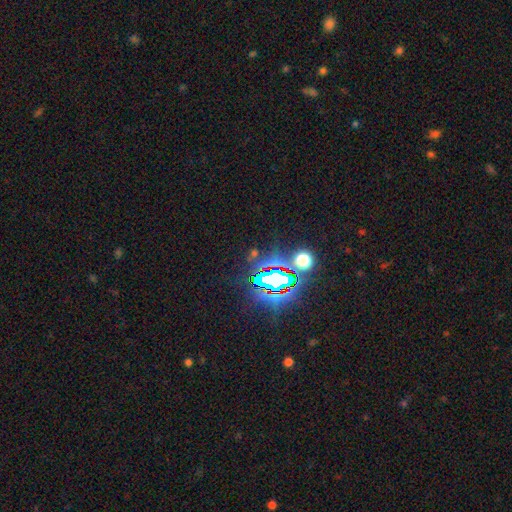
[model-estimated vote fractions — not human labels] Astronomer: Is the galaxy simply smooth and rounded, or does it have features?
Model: star or artifact — 76%.